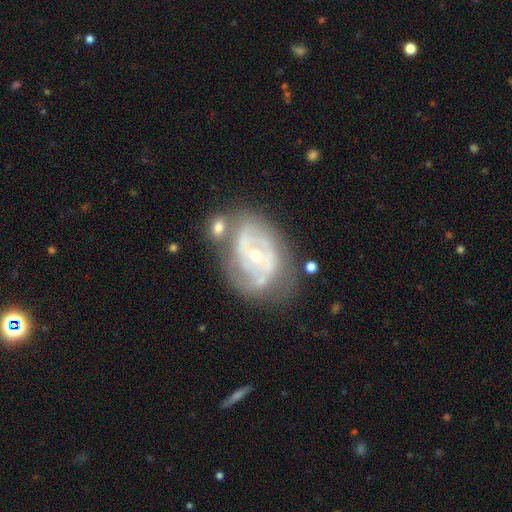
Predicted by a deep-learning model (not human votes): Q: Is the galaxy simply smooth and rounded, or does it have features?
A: featured or disk — 82%.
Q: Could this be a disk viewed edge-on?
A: no — 96%.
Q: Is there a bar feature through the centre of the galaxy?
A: no — 57%.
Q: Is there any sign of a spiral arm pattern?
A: yes — 81%.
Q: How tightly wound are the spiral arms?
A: tight — 50%.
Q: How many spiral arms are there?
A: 2 — 48%.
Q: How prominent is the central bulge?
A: small — 52%.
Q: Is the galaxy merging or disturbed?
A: none — 50%.